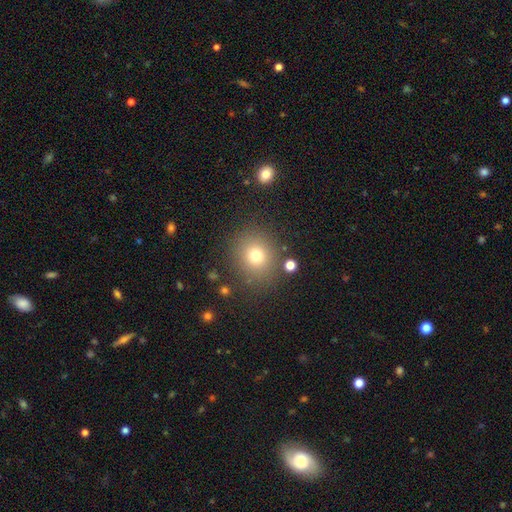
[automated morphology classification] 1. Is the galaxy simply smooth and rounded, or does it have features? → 74% smooth, 16% star or artifact, 10% featured or disk.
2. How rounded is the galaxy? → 83% round, 16% in between, 1% cigar-shaped.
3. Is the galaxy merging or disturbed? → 84% none, 9% minor disturbance, 4% major disturbance, 3% merger.